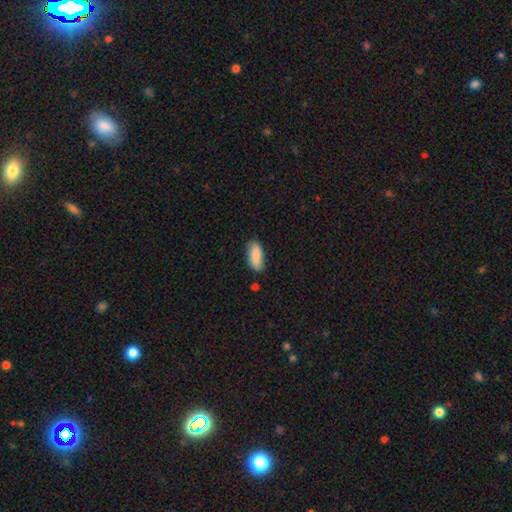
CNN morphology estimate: Smooth or featured? Predicted: smooth (p=0.89). How rounded? Predicted: in between (p=0.84). Merging? Predicted: none (p=0.81).